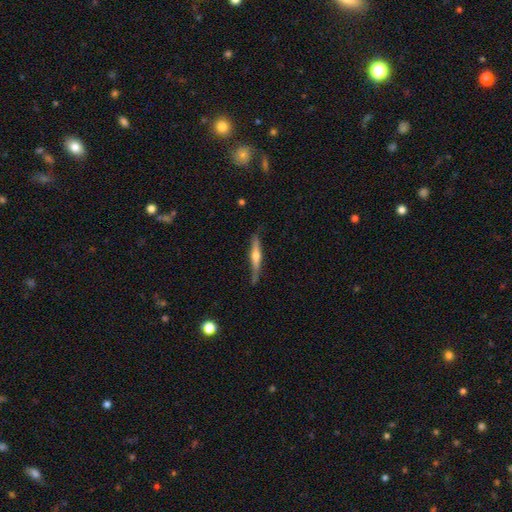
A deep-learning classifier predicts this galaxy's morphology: featured or disk 67%, smooth 27%, star or artifact 5%. Down the decision tree: edge-on disk — yes (96%); edge-on bulge — rounded (91%); merging — none (77%).